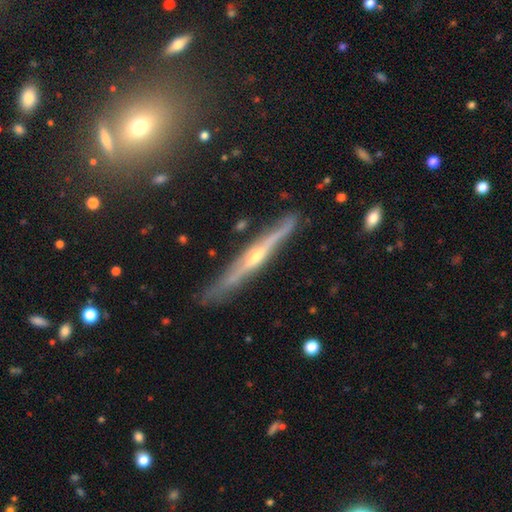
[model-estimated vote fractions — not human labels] This is likely a featured or disk galaxy (79%). It is clearly viewed edge-on (96%). Edge-on bulge: clearly rounded (84%). Merging: clearly none (85%).